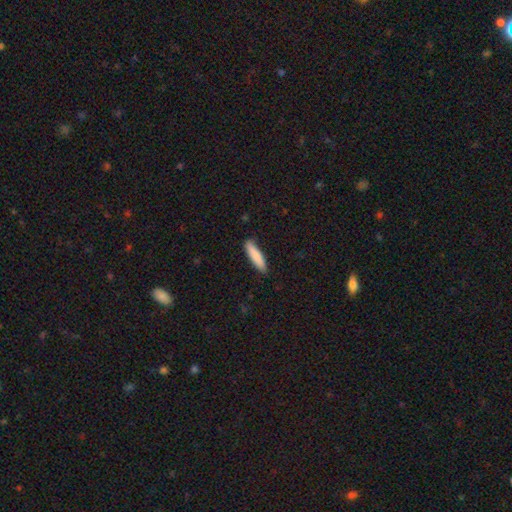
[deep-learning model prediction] Smooth or featured?
  - smooth: 84% *
  - featured or disk: 10%
  - star or artifact: 5%
How rounded?
  - cigar-shaped: 78% *
  - in between: 20%
  - round: 1%
Merging?
  - none: 87% *
  - minor disturbance: 10%
  - major disturbance: 2%
  - merger: 1%